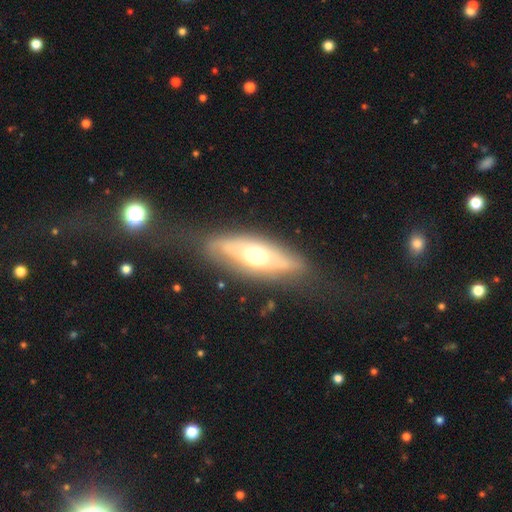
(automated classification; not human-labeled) Q: Smooth or featured?
A: featured or disk (52%); runner-up: smooth (40%)
Q: Edge-on disk?
A: no (60%); runner-up: yes (40%)
Q: Merging?
A: none (70%); runner-up: minor disturbance (19%)